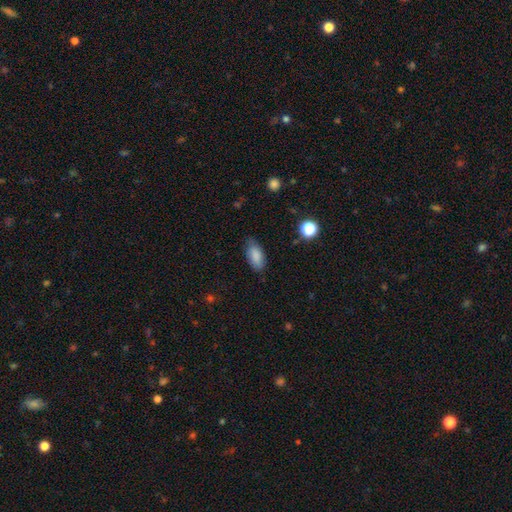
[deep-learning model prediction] This is clearly a smooth galaxy (86%). How rounded: clearly in between (89%). Merging: likely none (79%).